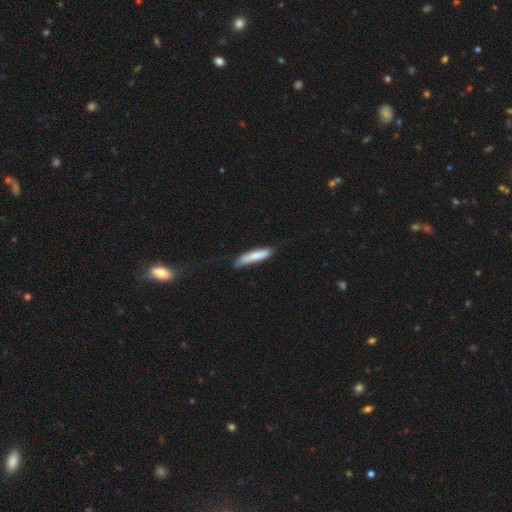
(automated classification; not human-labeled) This is likely a smooth galaxy (76%). How rounded: clearly cigar-shaped (85%). Merging: likely none (69%).